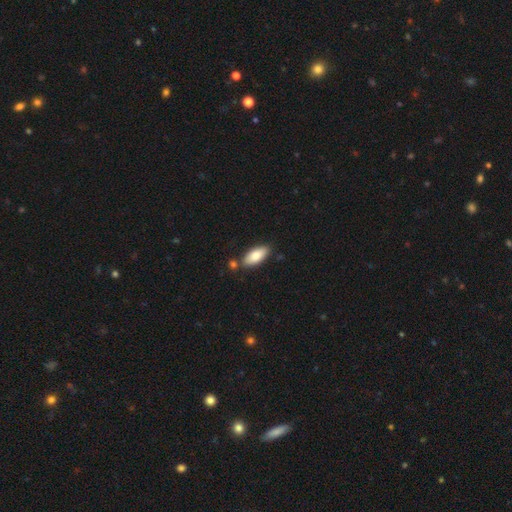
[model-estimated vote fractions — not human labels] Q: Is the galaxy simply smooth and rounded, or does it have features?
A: smooth — 84%.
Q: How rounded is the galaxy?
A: in between — 87%.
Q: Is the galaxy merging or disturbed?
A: none — 76%.